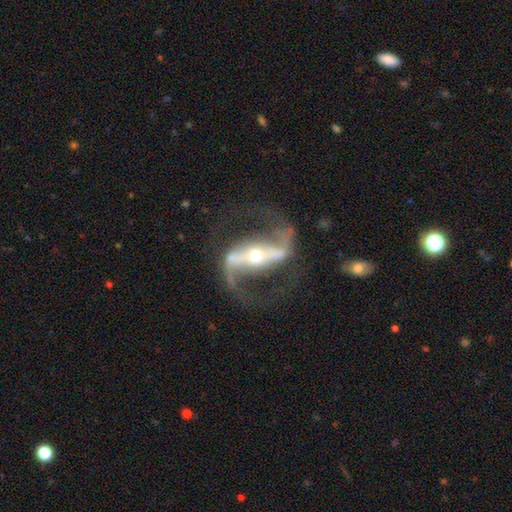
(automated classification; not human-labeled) Morphology: type=featured or disk (93%); edge-on=no (93%); bar=strong (76%); spiral arms=yes (96%); winding=medium (46%); arm count=2 (94%); bulge=moderate (52%); merging=none (76%).